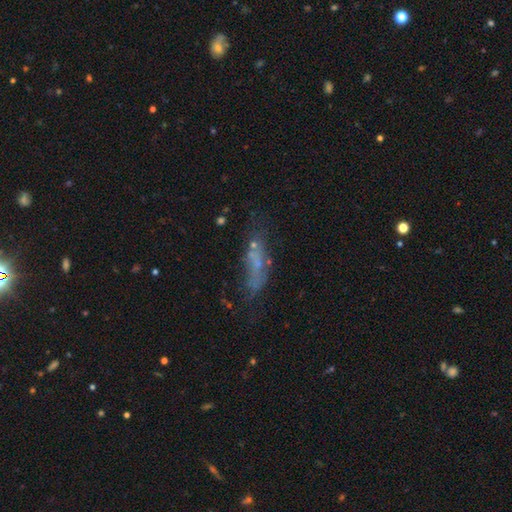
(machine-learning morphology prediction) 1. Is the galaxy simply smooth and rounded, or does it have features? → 40% featured or disk, 39% smooth, 21% star or artifact.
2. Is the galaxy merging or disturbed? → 47% none, 22% major disturbance, 20% minor disturbance, 11% merger.